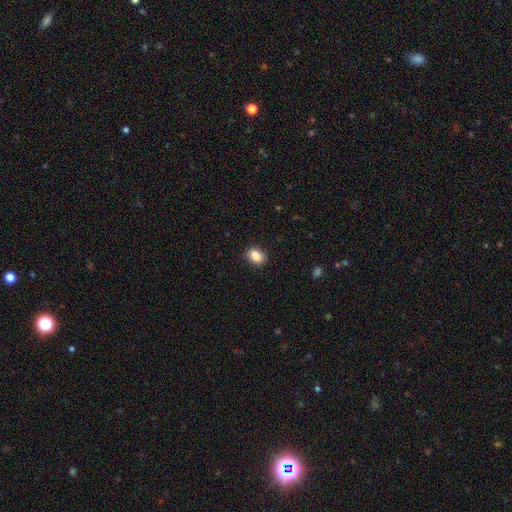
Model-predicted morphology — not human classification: A smooth galaxy with no disk features (88%) that is in between round and cigar-shaped (75%). Merging: none (86%).